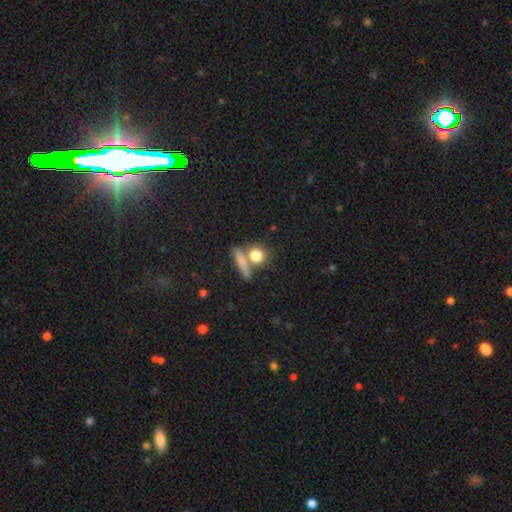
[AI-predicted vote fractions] Morphology: type=smooth (77%); roundness=round (72%); merging=none (57%).